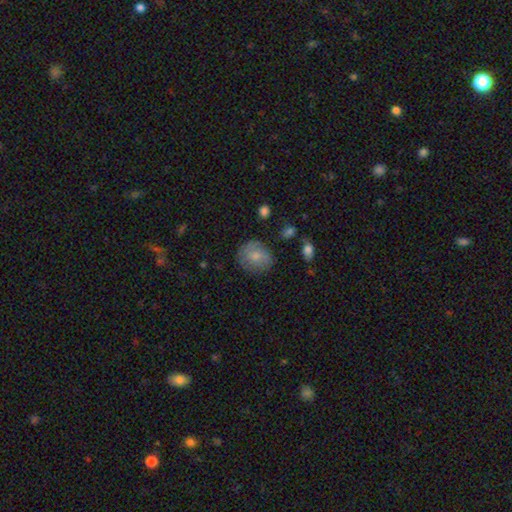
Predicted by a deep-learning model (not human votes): Smooth or featured: smooth — 72% (featured or disk — 21%)
How rounded: round — 71% (in between — 28%)
Merging: none — 71% (minor disturbance — 21%)